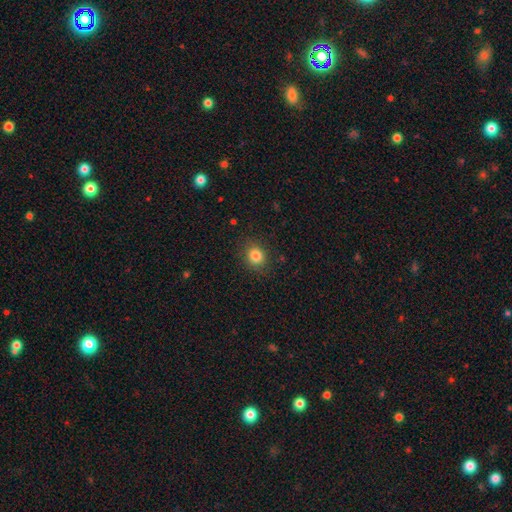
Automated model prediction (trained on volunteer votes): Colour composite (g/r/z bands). It shows a smooth galaxy with no disk features (83%) that is round (72%). Merging: none (86%).